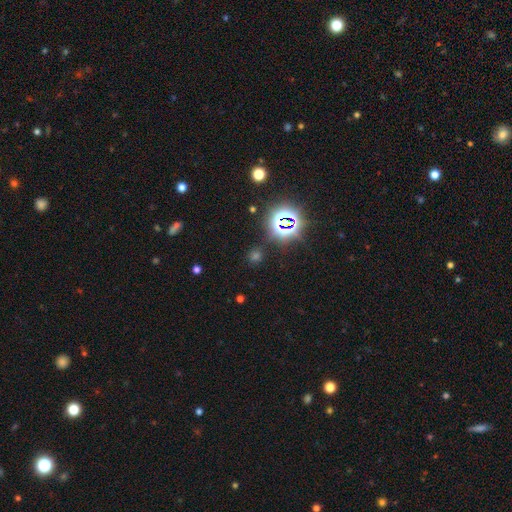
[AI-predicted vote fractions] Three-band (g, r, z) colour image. It shows a star or artifact, not a galaxy (57%).